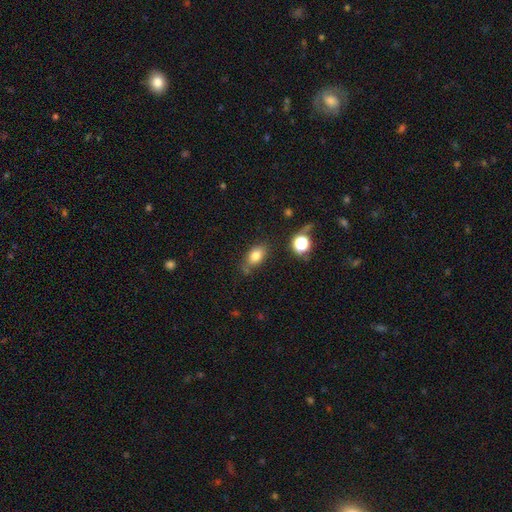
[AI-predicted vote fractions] Morphology: type=smooth (79%); roundness=in between (81%); merging=none (68%).